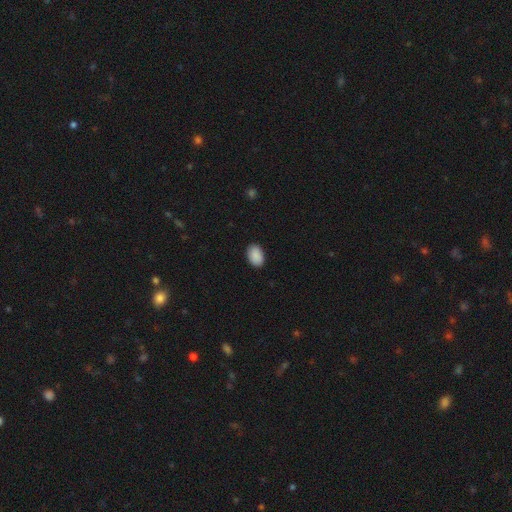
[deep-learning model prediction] Q: Smooth or featured?
A: smooth (91%); runner-up: star or artifact (7%)
Q: How rounded?
A: in between (87%); runner-up: round (12%)
Q: Merging?
A: none (89%); runner-up: minor disturbance (8%)